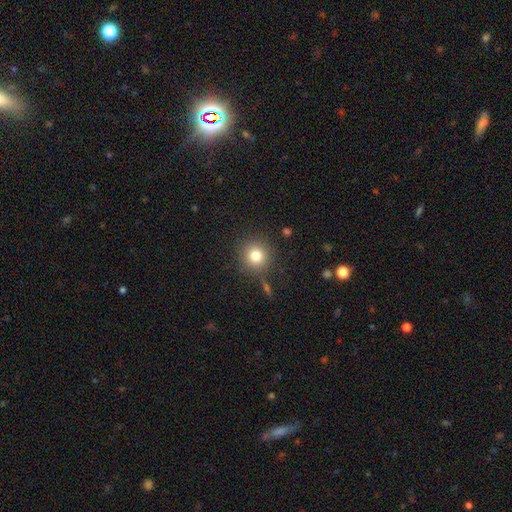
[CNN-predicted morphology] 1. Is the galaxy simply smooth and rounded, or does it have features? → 80% smooth, 12% star or artifact, 8% featured or disk.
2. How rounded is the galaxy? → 93% round, 6% in between, 1% cigar-shaped.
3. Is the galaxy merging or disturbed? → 86% none, 8% minor disturbance, 3% merger, 3% major disturbance.